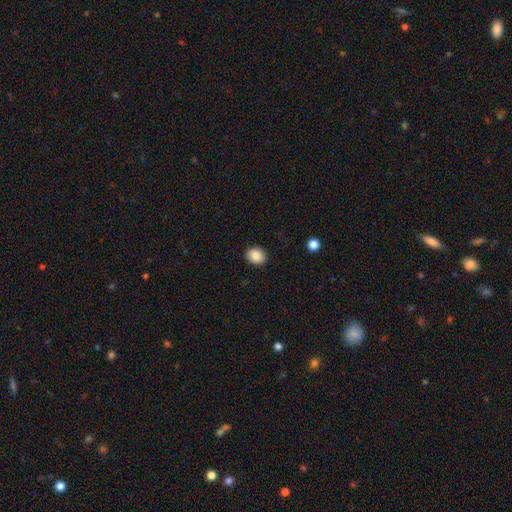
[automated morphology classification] smooth 87%, star or artifact 9%, featured or disk 4%. Down the decision tree: how rounded — round (62%); merging — none (91%).